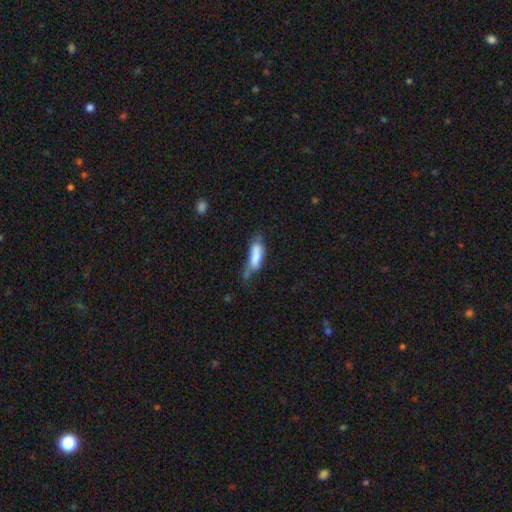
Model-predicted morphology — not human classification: A smooth galaxy with no disk features (77%) that is in between round and cigar-shaped (57%).

Vote fractions:
- Smooth or featured? smooth: 77% / featured or disk: 16% / star or artifact: 8%
- How rounded? in between: 57% / cigar-shaped: 41% / round: 2%
- Merging? minor disturbance: 35% / none: 33% / major disturbance: 21% / merger: 11%